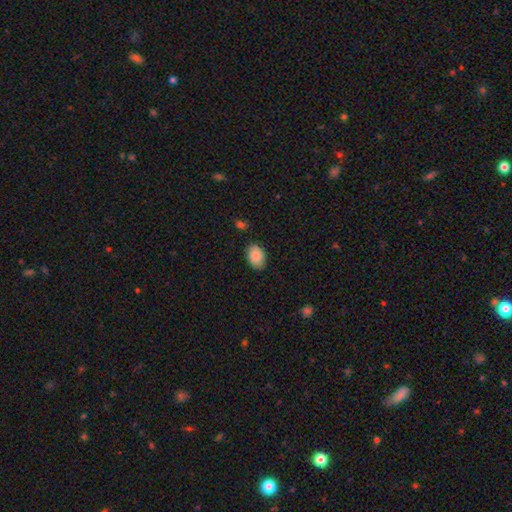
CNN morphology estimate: Smooth or featured?
  - smooth: 88% *
  - star or artifact: 7%
  - featured or disk: 5%
How rounded?
  - in between: 86% *
  - round: 13%
  - cigar-shaped: 1%
Merging?
  - none: 86% *
  - minor disturbance: 11%
  - major disturbance: 2%
  - merger: 1%